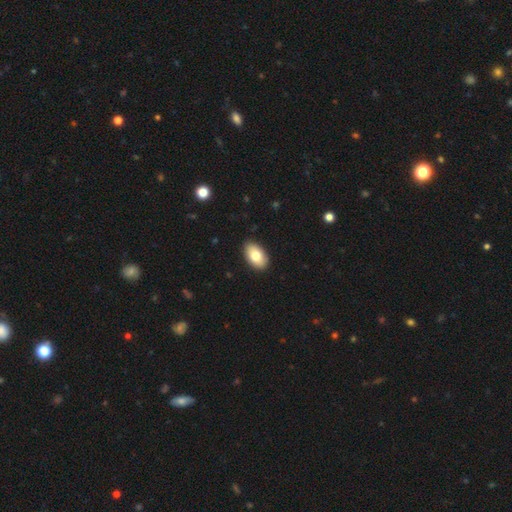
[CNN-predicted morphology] A smooth galaxy with no disk features (79%) that is in between round and cigar-shaped (93%). Merging: none (89%).